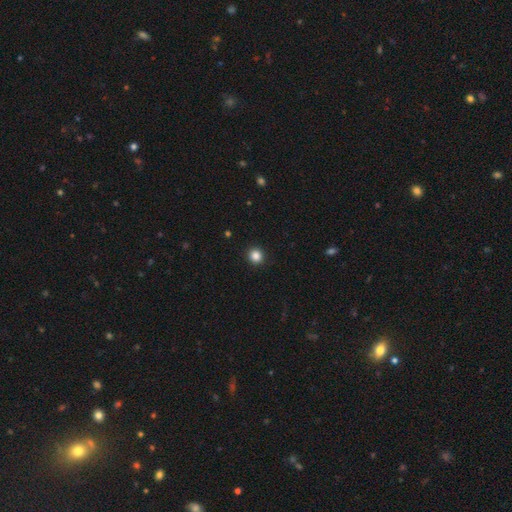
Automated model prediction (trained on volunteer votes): Smooth or featured? Predicted: smooth (p=0.86). How rounded? Predicted: round (p=0.93). Merging? Predicted: none (p=0.93).